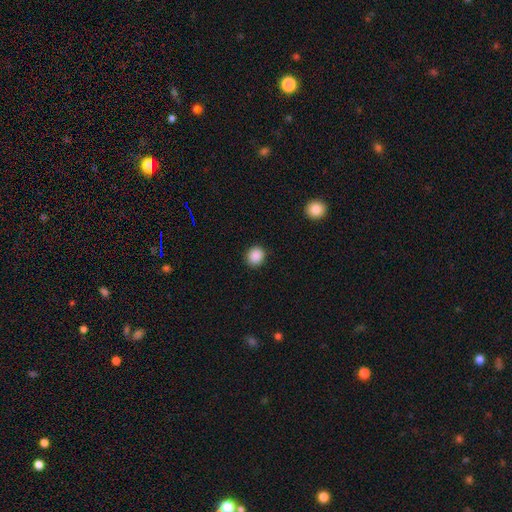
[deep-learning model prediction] This is clearly a smooth galaxy (89%). How rounded: clearly round (81%). Merging: clearly none (90%).